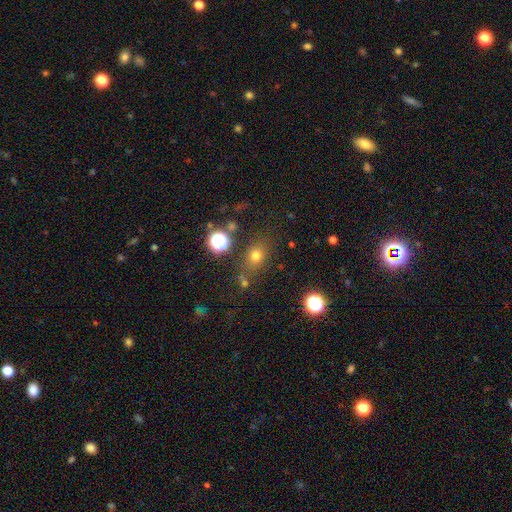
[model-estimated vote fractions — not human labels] A smooth galaxy with no disk features (70%) that is round (60%).

Vote fractions:
- Smooth or featured? smooth: 70% / star or artifact: 21% / featured or disk: 9%
- How rounded? round: 60% / in between: 39% / cigar-shaped: 1%
- Merging? none: 76% / minor disturbance: 13% / merger: 6% / major disturbance: 5%